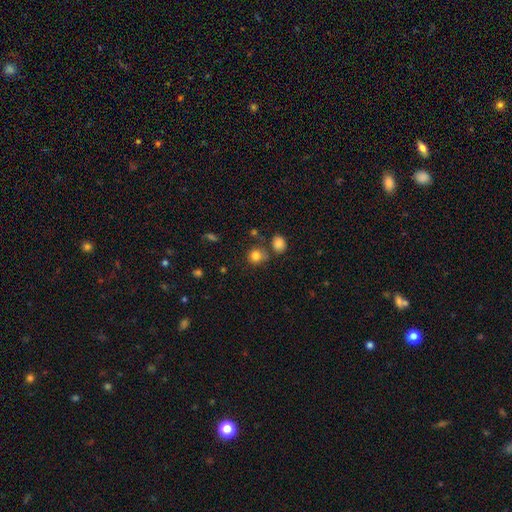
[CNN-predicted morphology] The model was most divided on "merging": none: 68%, minor disturbance: 14%, merger: 13%, major disturbance: 5%. More confident: how rounded — round (83%); smooth or featured — smooth (82%).